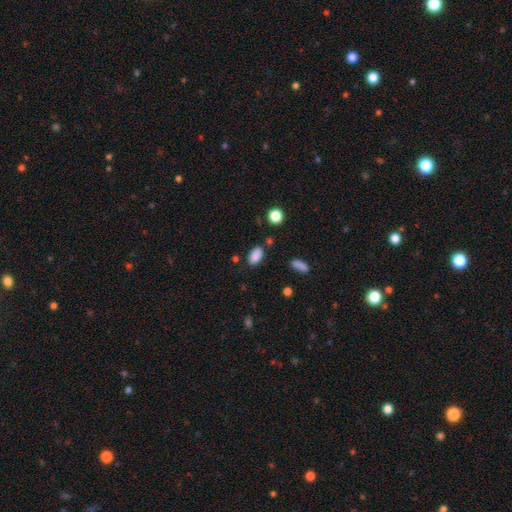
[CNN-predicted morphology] A smooth galaxy with no disk features (86%) that is in between round and cigar-shaped (92%). Merging: none (79%).